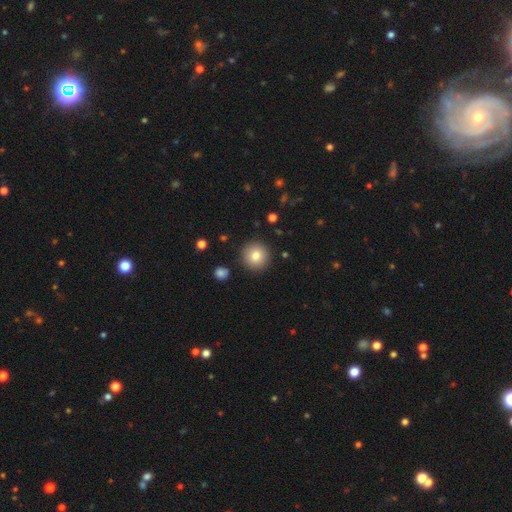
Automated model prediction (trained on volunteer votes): Smooth or featured?
  - smooth: 81% *
  - featured or disk: 10%
  - star or artifact: 9%
How rounded?
  - round: 94% *
  - in between: 5%
  - cigar-shaped: 1%
Merging?
  - none: 90% *
  - minor disturbance: 6%
  - major disturbance: 2%
  - merger: 2%